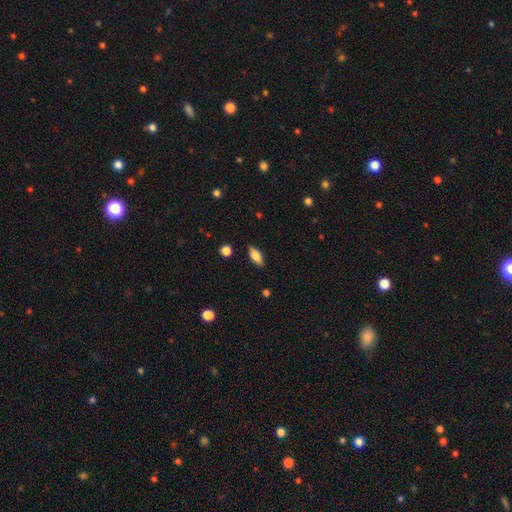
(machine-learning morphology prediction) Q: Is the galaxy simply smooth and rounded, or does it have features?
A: smooth — 77%.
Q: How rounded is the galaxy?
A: in between — 79%.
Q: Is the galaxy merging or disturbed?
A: none — 86%.